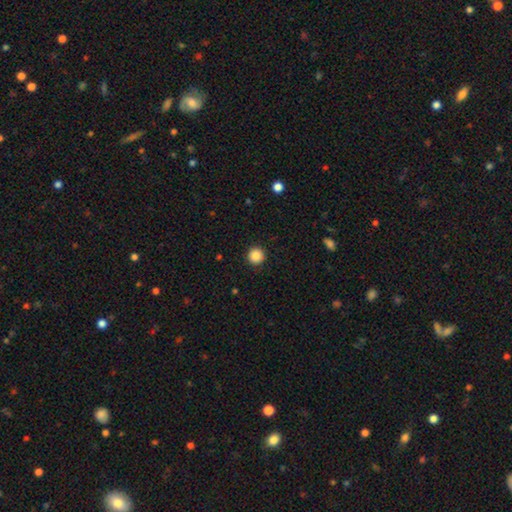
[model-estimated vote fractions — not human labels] smooth 88%, star or artifact 9%, featured or disk 3%. Down the decision tree: how rounded — round (96%); merging — none (92%).